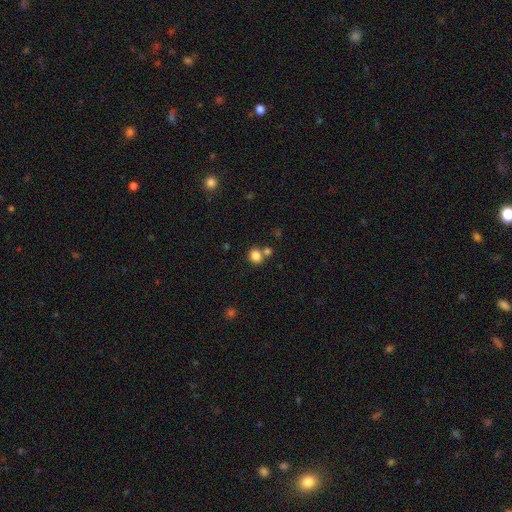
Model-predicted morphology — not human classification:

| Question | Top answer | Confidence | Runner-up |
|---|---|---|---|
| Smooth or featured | smooth | 83% | star or artifact (11%) |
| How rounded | round | 72% | in between (27%) |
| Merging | none | 61% | merger (27%) |